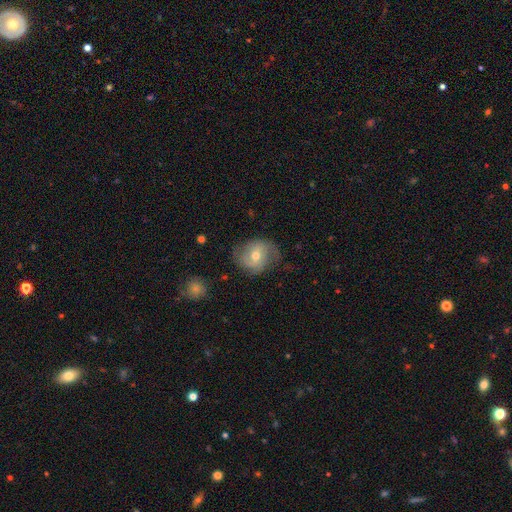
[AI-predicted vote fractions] Smooth or featured: featured or disk — 49% (smooth — 43%)
Merging: none — 60% (minor disturbance — 27%)